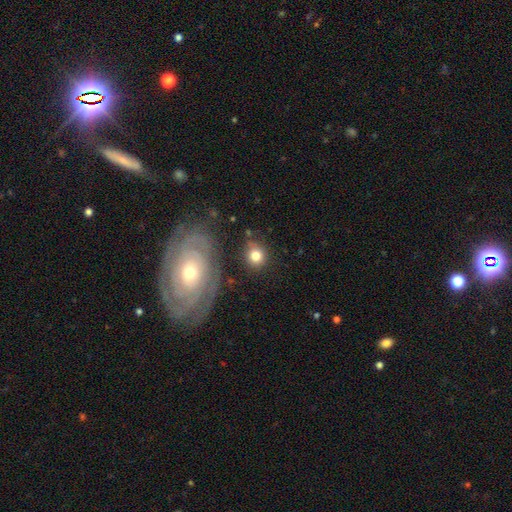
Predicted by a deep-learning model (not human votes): Smooth or featured? Predicted: smooth (p=0.76). How rounded? Predicted: round (p=0.74). Merging? Predicted: none (p=0.72).